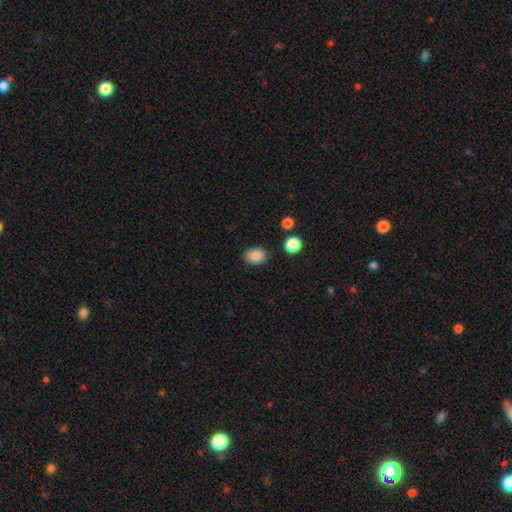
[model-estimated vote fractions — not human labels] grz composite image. It shows a smooth galaxy with no disk features (86%) that is in between round and cigar-shaped (67%). Merging: none (82%).